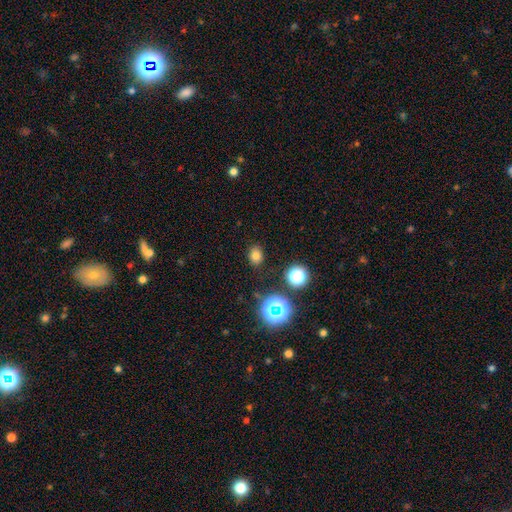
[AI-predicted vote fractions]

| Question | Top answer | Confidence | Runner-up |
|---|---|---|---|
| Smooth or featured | smooth | 73% | star or artifact (20%) |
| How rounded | in between | 52% | round (47%) |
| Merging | none | 84% | minor disturbance (10%) |